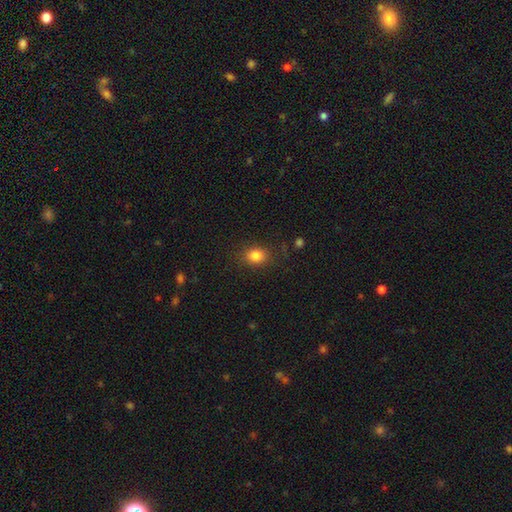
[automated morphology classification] Smooth or featured? smooth (83%)
How rounded? round (52%)
Merging? none (84%)